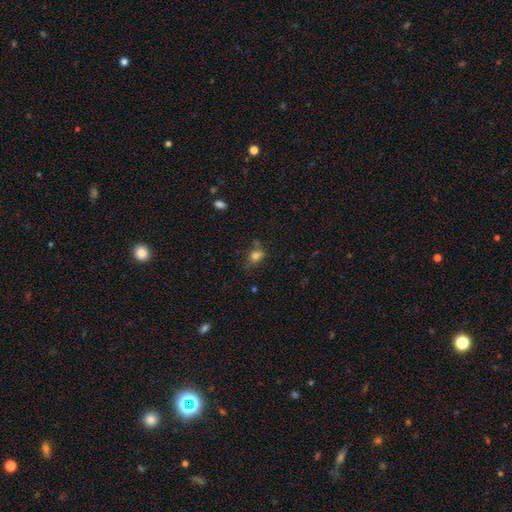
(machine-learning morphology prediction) smooth 75%, star or artifact 13%, featured or disk 11%. Down the decision tree: how rounded — in between (62%); merging — none (52%).